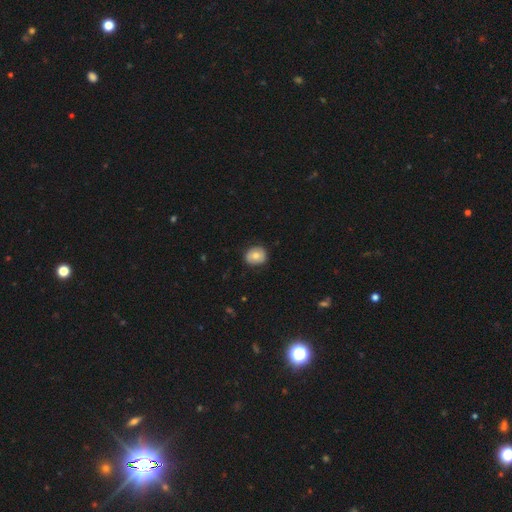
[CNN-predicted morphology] A smooth galaxy with no disk features (67%) that is round (72%). Merging: none (81%).